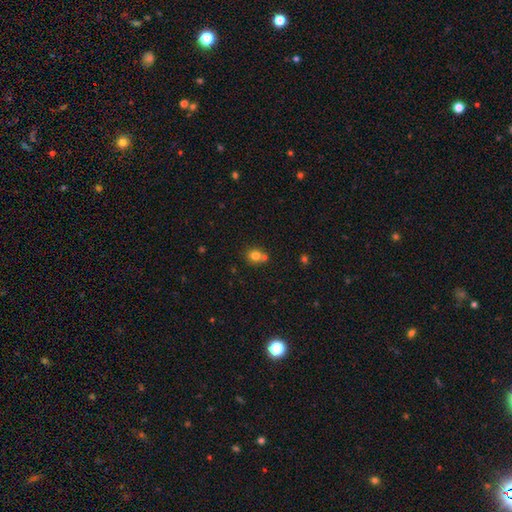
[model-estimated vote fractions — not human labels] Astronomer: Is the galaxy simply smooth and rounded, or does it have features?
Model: smooth — 78%.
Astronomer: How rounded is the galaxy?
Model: round — 77%.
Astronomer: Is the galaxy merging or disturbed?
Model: none — 55% (runner-up: merger, 33%).